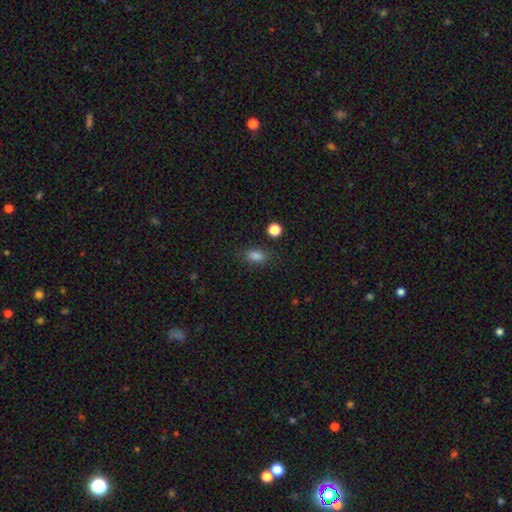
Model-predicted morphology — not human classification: A smooth galaxy with no disk features (83%) that is in between round and cigar-shaped (82%). Merging: none (81%).